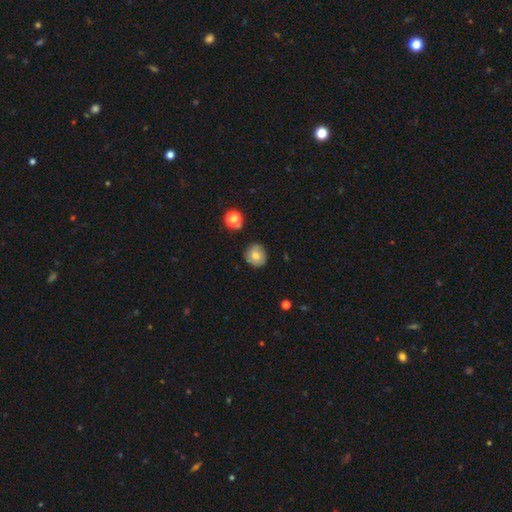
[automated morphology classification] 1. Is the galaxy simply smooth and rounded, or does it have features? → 69% smooth, 21% featured or disk, 10% star or artifact.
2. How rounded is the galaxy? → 86% round, 13% in between, 1% cigar-shaped.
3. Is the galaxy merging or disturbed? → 79% none, 16% minor disturbance, 3% major disturbance, 2% merger.